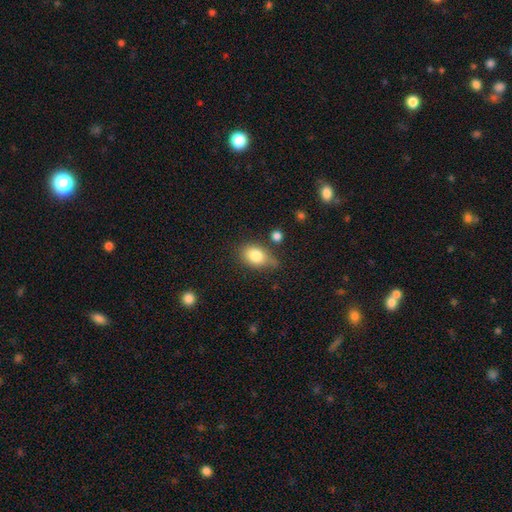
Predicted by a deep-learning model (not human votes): This appears to be a smooth galaxy with no disk features (81%) that is in between round and cigar-shaped (78%). Merging: none (56%).